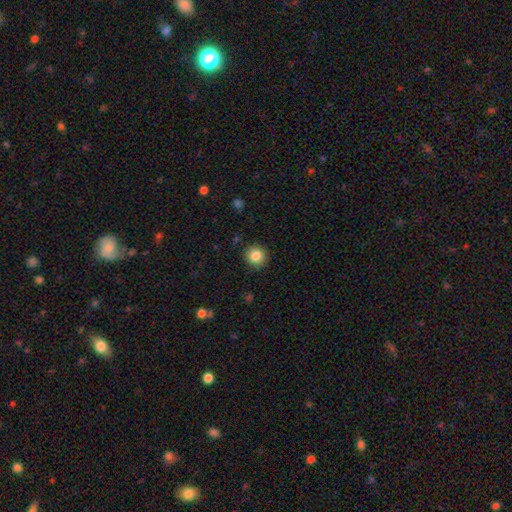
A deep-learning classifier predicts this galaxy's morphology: Smooth or featured: smooth — 85% (star or artifact — 10%)
How rounded: round — 92% (in between — 7%)
Merging: none — 90% (minor disturbance — 7%)